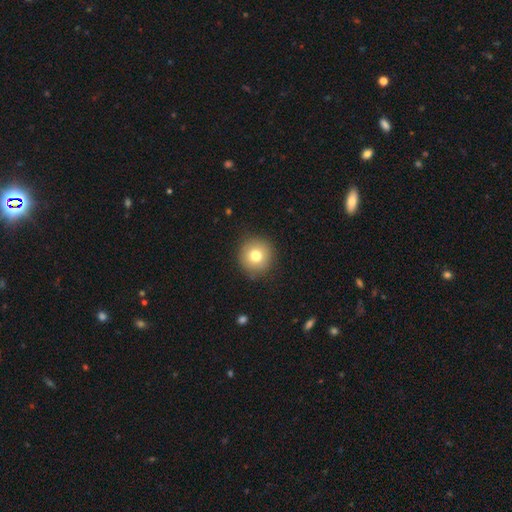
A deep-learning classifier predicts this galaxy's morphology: Smooth or featured? smooth (77%)
How rounded? round (93%)
Merging? none (88%)